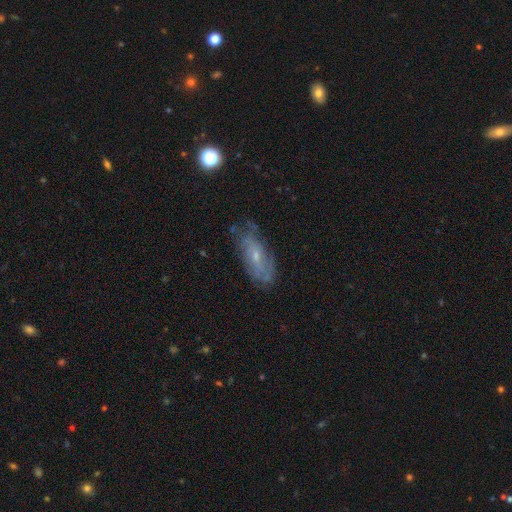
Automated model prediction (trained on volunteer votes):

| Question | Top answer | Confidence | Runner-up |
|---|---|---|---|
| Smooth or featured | featured or disk | 60% | smooth (32%) |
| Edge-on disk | no | 86% | yes (14%) |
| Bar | no | 63% | weak (31%) |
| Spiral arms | yes | 69% | no (31%) |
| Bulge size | small | 66% | moderate (27%) |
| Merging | none | 62% | minor disturbance (26%) |